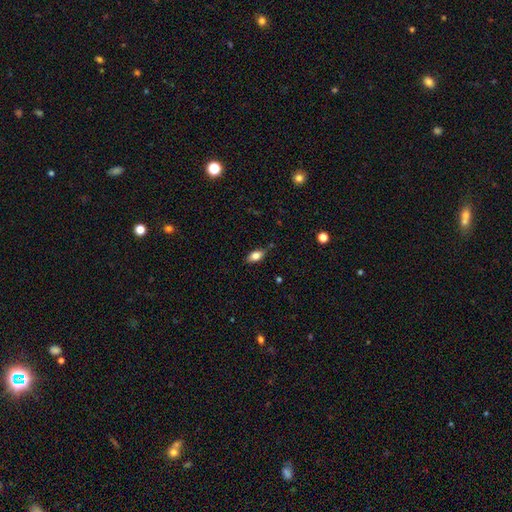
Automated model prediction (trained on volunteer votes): Smooth or featured? smooth (78%)
How rounded? in between (87%)
Merging? none (77%)